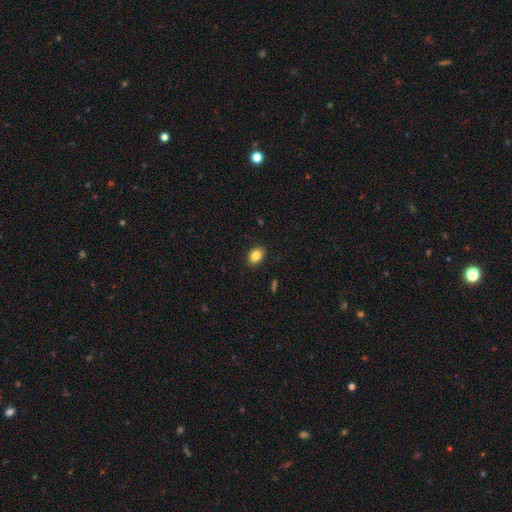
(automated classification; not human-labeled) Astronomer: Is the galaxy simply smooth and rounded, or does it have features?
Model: smooth — 84%.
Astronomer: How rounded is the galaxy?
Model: in between — 78%.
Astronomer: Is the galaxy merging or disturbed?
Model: none — 89%.